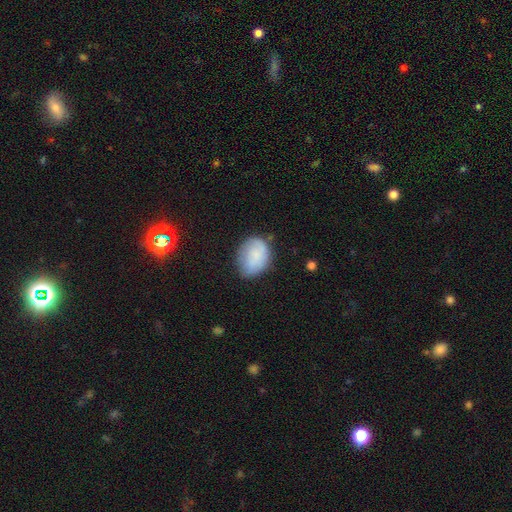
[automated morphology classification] type=smooth (76%); roundness=in between (54%); merging=none (63%).